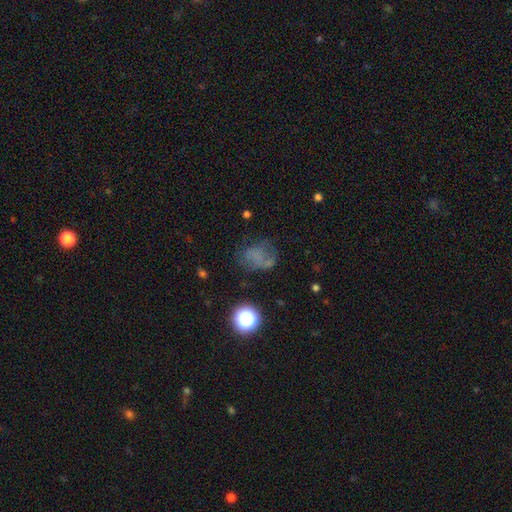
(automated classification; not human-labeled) smooth 50%, featured or disk 27%, star or artifact 23%. Down the decision tree: merging — none (48%).